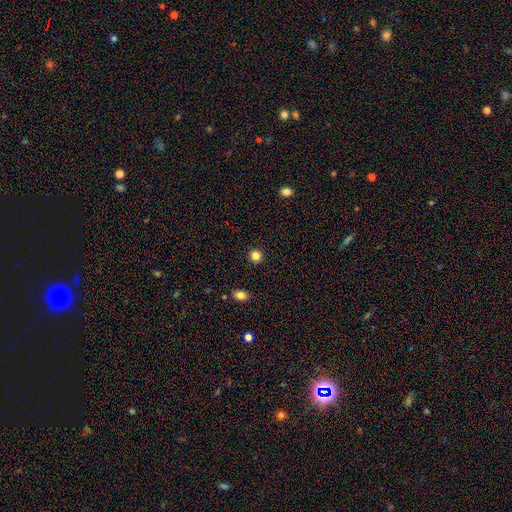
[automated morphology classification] This appears to be a smooth galaxy with no disk features (83%) that is round (93%). Merging: none (92%).